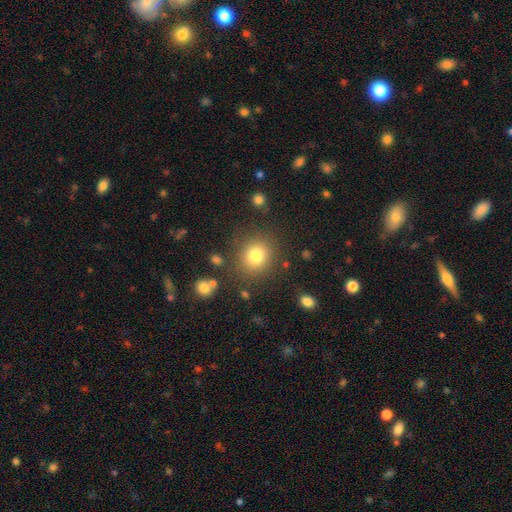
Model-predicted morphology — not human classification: This is likely a smooth galaxy (79%). How rounded: clearly round (81%). Merging: clearly none (84%).